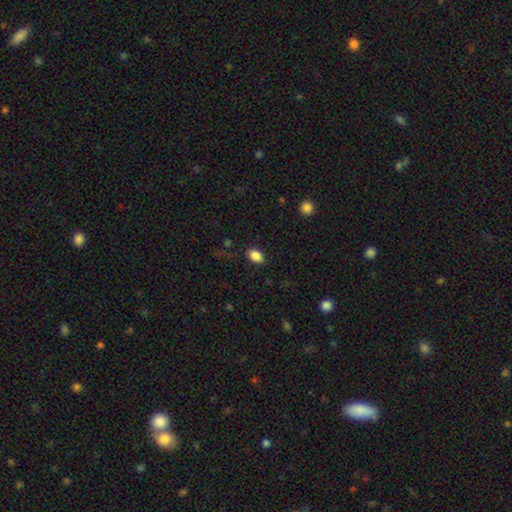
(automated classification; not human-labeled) Overall: smooth (87%). How rounded: in between (81%). Merging: none (85%).